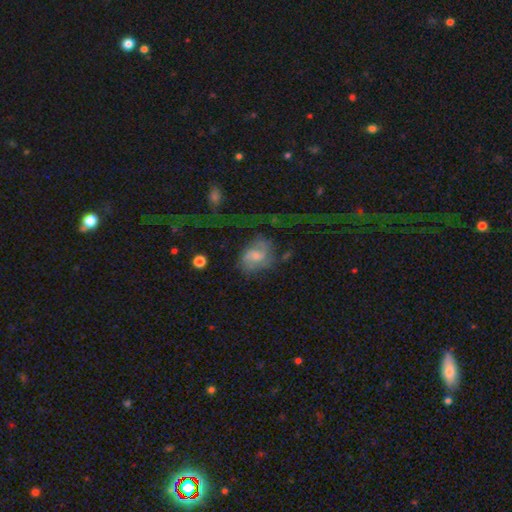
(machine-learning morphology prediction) A featured or disk galaxy (58%) with no bar (46%), spiral arms (77%) and a moderate central bulge (40%). Merging: none (39%).